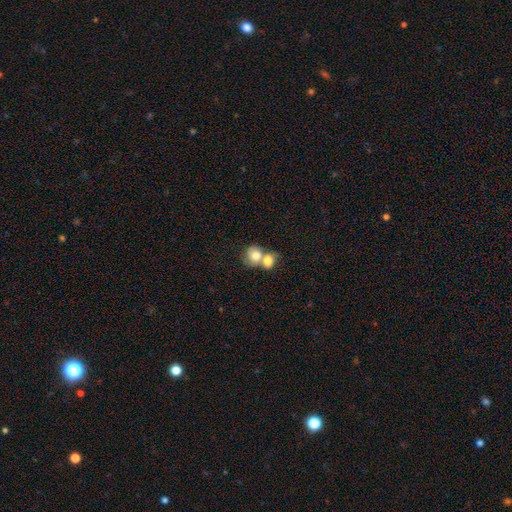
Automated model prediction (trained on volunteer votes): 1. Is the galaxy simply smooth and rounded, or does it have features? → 77% smooth, 16% featured or disk, 7% star or artifact.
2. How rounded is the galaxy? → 65% round, 34% in between, 1% cigar-shaped.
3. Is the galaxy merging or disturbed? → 73% merger, 17% none, 6% minor disturbance, 4% major disturbance.